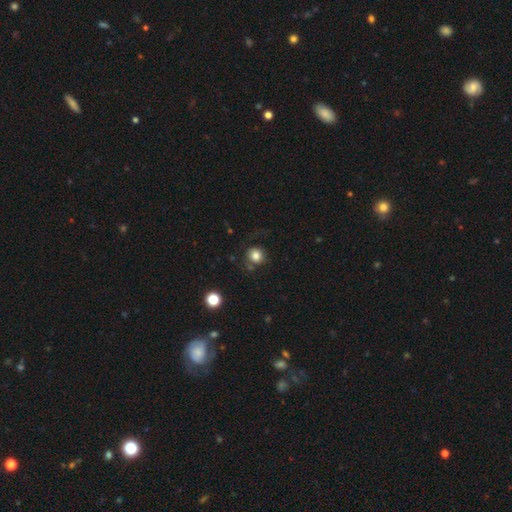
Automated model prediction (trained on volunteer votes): The model was most divided on "merging": none: 74%, minor disturbance: 15%, major disturbance: 7%, merger: 4%. More confident: how rounded — round (87%); smooth or featured — smooth (81%).